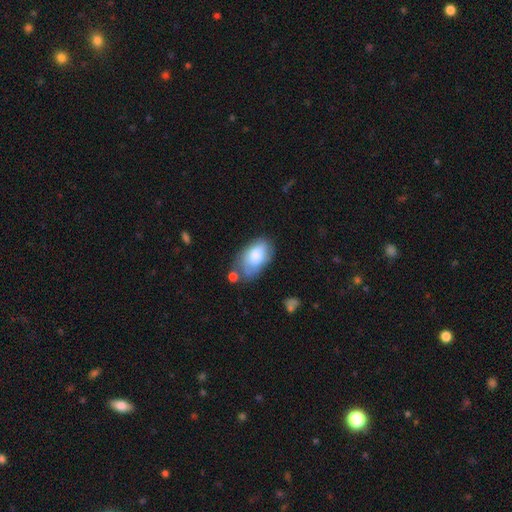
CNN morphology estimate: smooth-or-featured: smooth: 71% | featured or disk: 22% | star or artifact: 7%
  how-rounded: in between: 93% | round: 5% | cigar-shaped: 2%
  merging: none: 47% | minor disturbance: 30% | major disturbance: 13% | merger: 10%